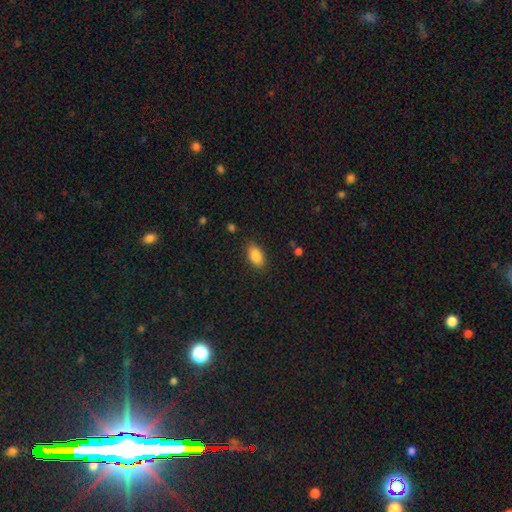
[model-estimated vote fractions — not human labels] Smooth or featured? Predicted: smooth (p=0.87). How rounded? Predicted: in between (p=0.91). Merging? Predicted: none (p=0.84).